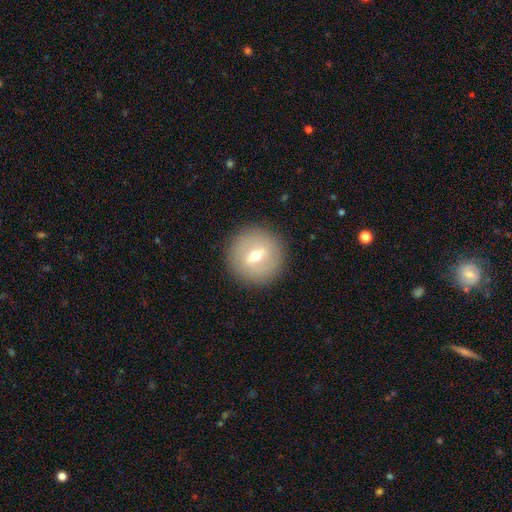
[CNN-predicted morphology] featured or disk 46%, smooth 45%, star or artifact 9%. Down the decision tree: merging — none (90%).